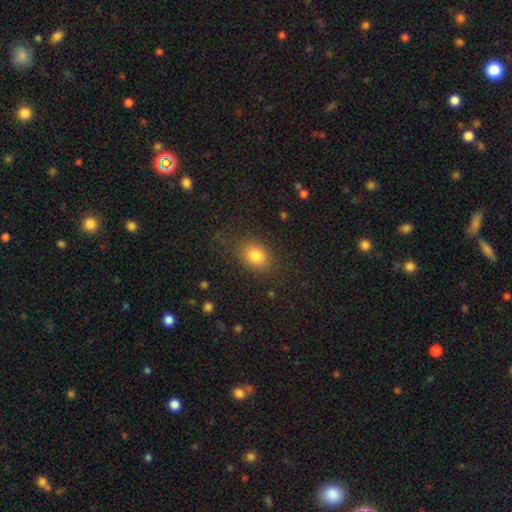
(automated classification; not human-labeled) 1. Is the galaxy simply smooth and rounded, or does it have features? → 83% smooth, 10% star or artifact, 7% featured or disk.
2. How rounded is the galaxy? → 64% in between, 34% round, 1% cigar-shaped.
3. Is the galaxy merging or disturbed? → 79% none, 13% minor disturbance, 6% major disturbance, 1% merger.